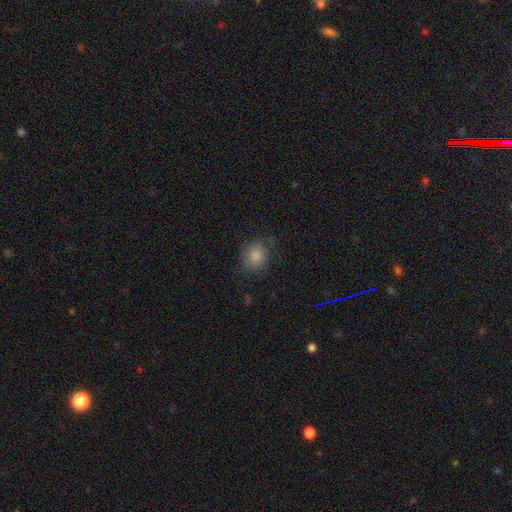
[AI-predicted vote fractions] This is clearly a smooth galaxy (82%). How rounded: likely round (73%). Merging: likely none (66%).